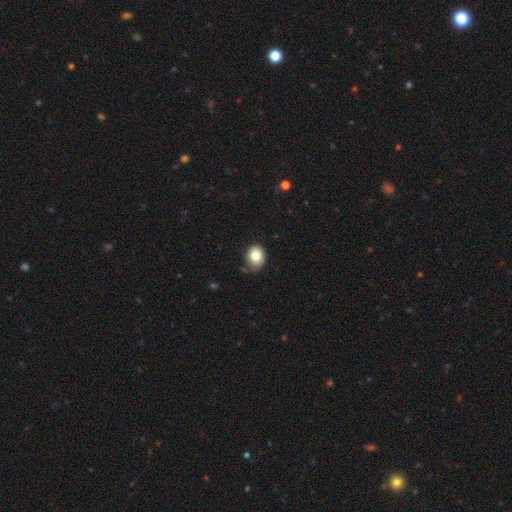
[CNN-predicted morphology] Overall: smooth (81%). How rounded: round (64%; in between 35%). Merging: none (74%).